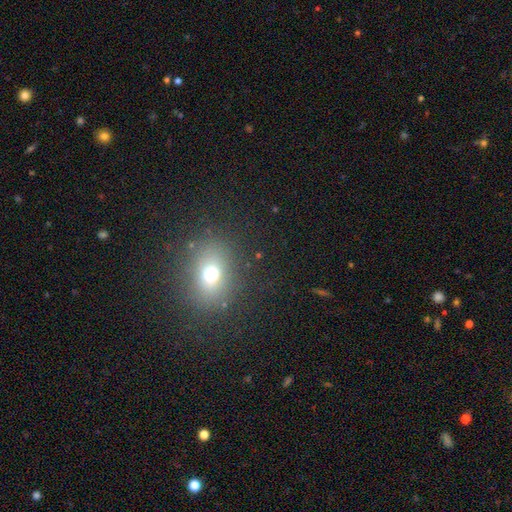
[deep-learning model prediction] Smooth or featured: smooth — 65% (star or artifact — 22%)
How rounded: in between — 52% (round — 46%)
Merging: none — 88% (minor disturbance — 8%)